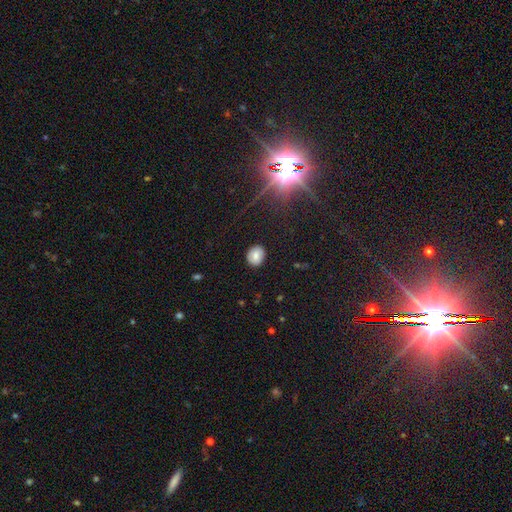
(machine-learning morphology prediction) Overall: smooth (77%). How rounded: round (62%; in between 37%). Merging: none (88%).